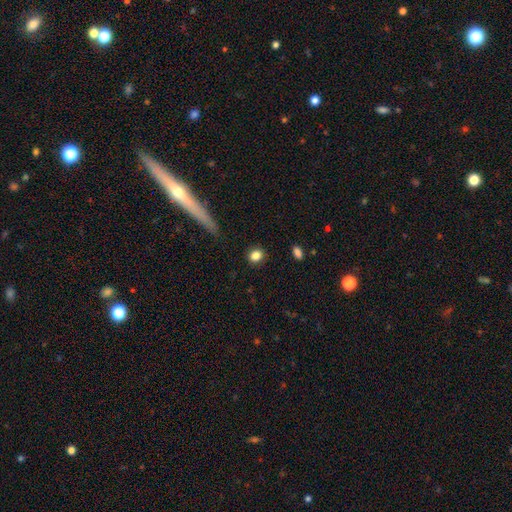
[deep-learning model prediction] smooth-or-featured: smooth: 84% | star or artifact: 10% | featured or disk: 6%
  how-rounded: round: 76% | in between: 23% | cigar-shaped: 2%
  merging: none: 89% | minor disturbance: 7% | major disturbance: 2% | merger: 1%